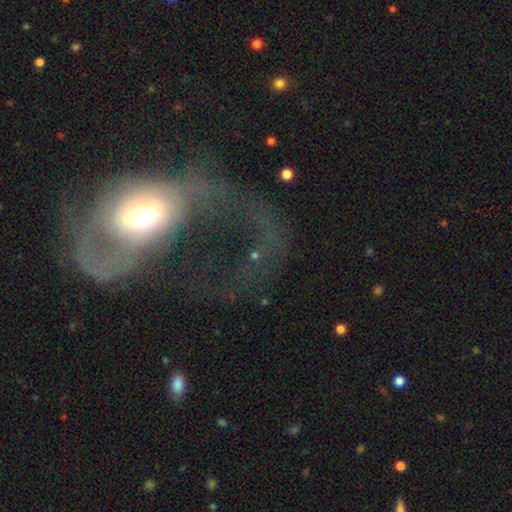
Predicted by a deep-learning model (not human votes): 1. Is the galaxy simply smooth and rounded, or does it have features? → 43% featured or disk, 31% star or artifact, 26% smooth.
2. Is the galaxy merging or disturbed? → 39% none, 35% major disturbance, 13% merger, 12% minor disturbance.